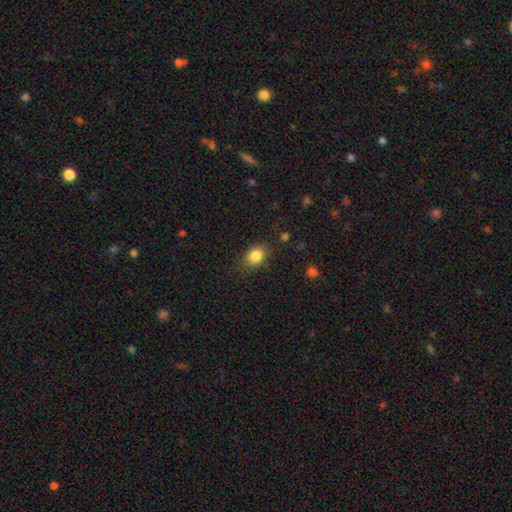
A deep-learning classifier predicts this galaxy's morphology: The model was most divided on "how rounded": in between: 71%, round: 28%, cigar-shaped: 1%. More confident: smooth or featured — smooth (85%); merging — none (80%).